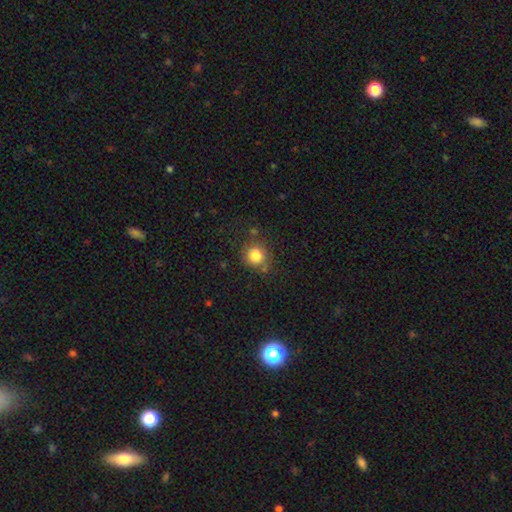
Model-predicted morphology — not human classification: Smooth or featured? smooth (82%)
How rounded? round (88%)
Merging? none (74%)